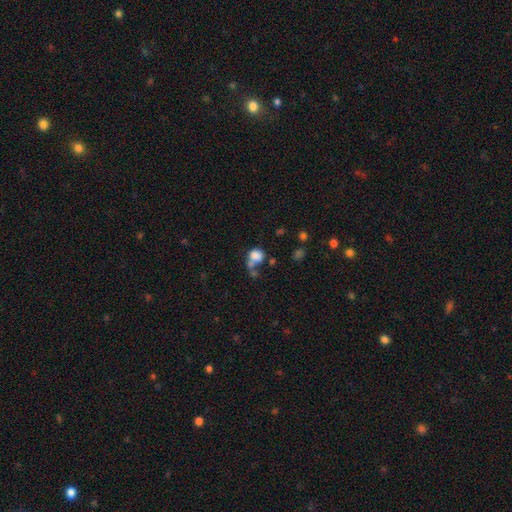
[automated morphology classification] Smooth or featured? Predicted: smooth (p=0.76). How rounded? Predicted: round (p=0.59). Merging? Predicted: merger (p=0.43).